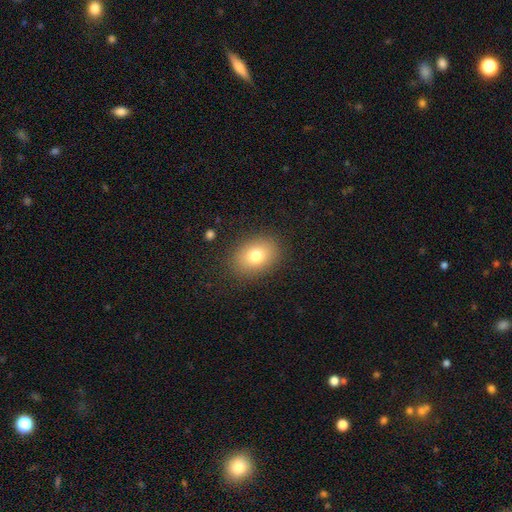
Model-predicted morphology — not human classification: type=smooth (78%); roundness=in between (66%); merging=none (86%).